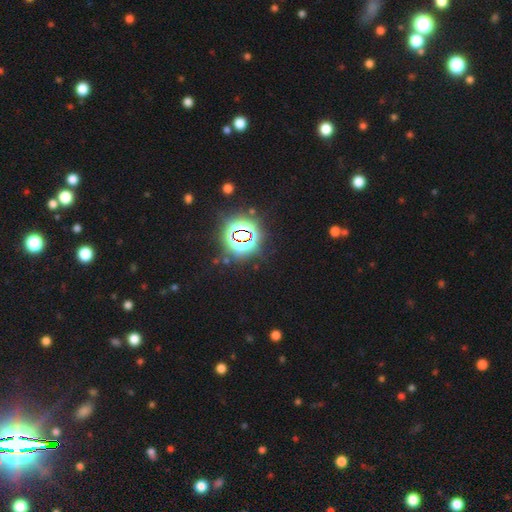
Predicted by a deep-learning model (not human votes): This appears to be a star or artifact, not a galaxy (83%).